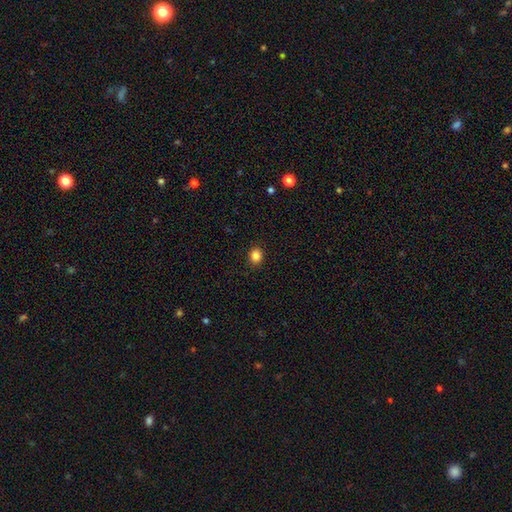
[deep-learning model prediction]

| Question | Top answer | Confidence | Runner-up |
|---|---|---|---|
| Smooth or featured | smooth | 85% | star or artifact (11%) |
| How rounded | round | 64% | in between (35%) |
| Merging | none | 90% | minor disturbance (7%) |